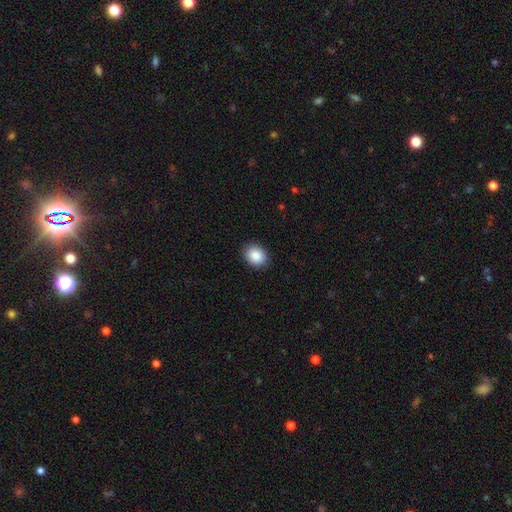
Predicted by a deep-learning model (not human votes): Smooth or featured: smooth — 88% (star or artifact — 8%)
How rounded: in between — 54% (round — 45%)
Merging: none — 90% (minor disturbance — 7%)